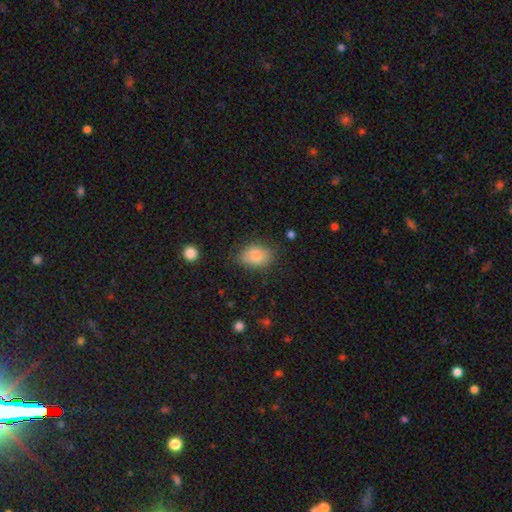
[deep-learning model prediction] smooth-or-featured: smooth: 84% | star or artifact: 9% | featured or disk: 8%
  how-rounded: in between: 82% | round: 16% | cigar-shaped: 1%
  merging: none: 71% | minor disturbance: 21% | major disturbance: 6% | merger: 2%